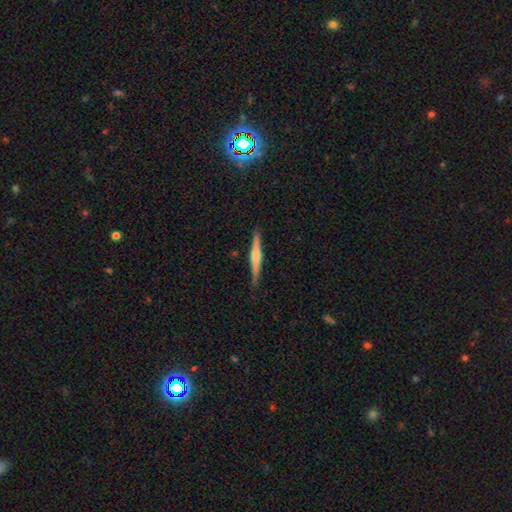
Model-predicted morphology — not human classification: smooth_or_featured: featured or disk (p=0.69) [alt: smooth p=0.25]
disk_edge_on: yes (p=0.98) [alt: no p=0.02]
edge_on_bulge: rounded (p=0.67) [alt: boxy p=0.21]
merging: none (p=0.90) [alt: minor disturbance p=0.07]